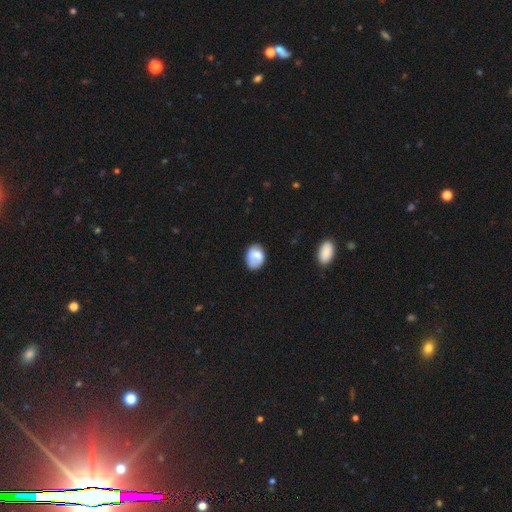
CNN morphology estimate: smooth_or_featured: smooth (p=0.69) [alt: featured or disk p=0.23]
how_rounded: in between (p=0.65) [alt: round p=0.33]
merging: none (p=0.55) [alt: minor disturbance p=0.28]